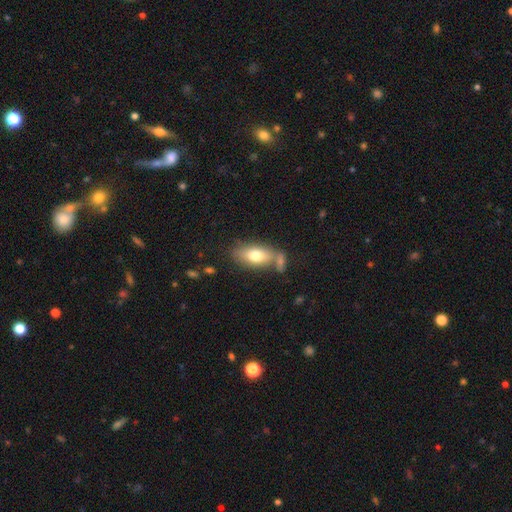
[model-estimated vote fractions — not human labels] Overall: smooth (72%). How rounded: in between (85%). Merging: none (58%; merger 22%).